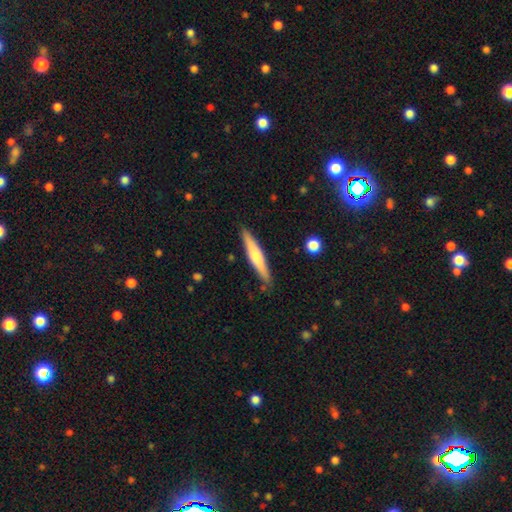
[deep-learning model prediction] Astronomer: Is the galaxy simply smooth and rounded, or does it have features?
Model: smooth — 53% (runner-up: featured or disk, 42%).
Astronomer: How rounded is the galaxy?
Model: cigar-shaped — 91%.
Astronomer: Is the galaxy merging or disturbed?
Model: none — 88%.